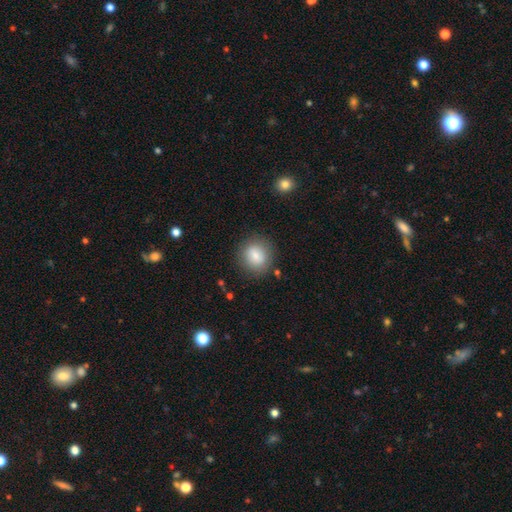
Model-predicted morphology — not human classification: smooth 83%, featured or disk 9%, star or artifact 8%. Down the decision tree: how rounded — round (80%); merging — none (85%).